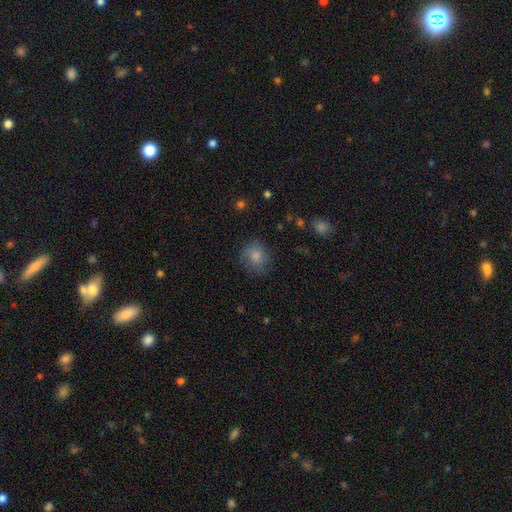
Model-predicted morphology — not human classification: type=smooth (81%); roundness=round (77%); merging=none (74%).